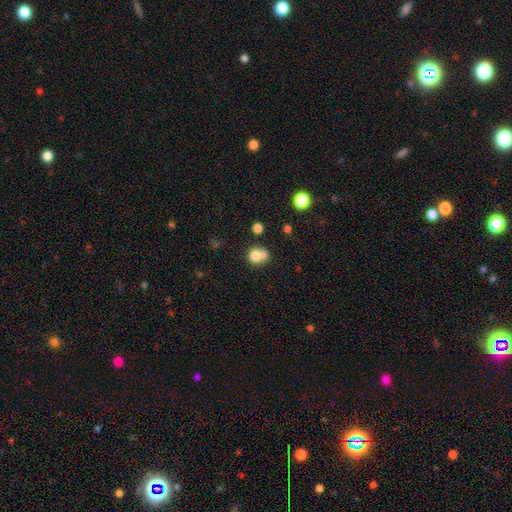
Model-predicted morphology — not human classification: Smooth or featured: smooth — 76% (featured or disk — 13%)
How rounded: round — 76% (in between — 23%)
Merging: merger — 52% (none — 36%)